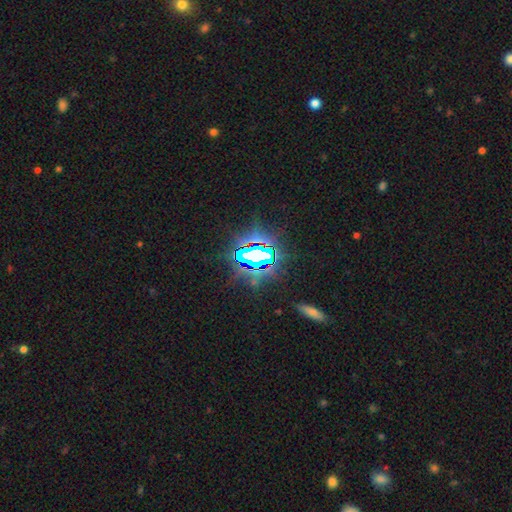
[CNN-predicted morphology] Q: Smooth or featured?
A: star or artifact (78%); runner-up: smooth (11%)